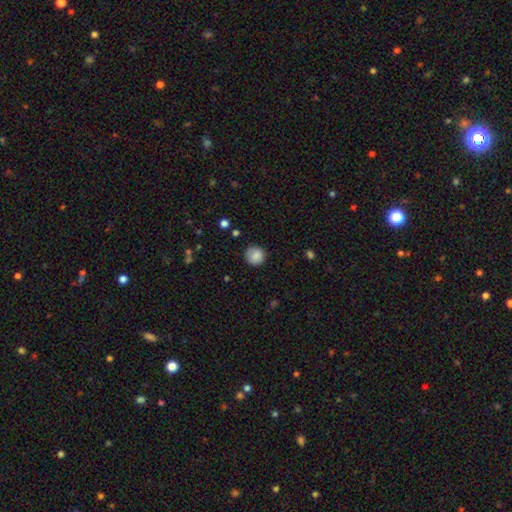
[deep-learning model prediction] Smooth or featured? Predicted: smooth (p=0.86). How rounded? Predicted: round (p=0.92). Merging? Predicted: none (p=0.82).